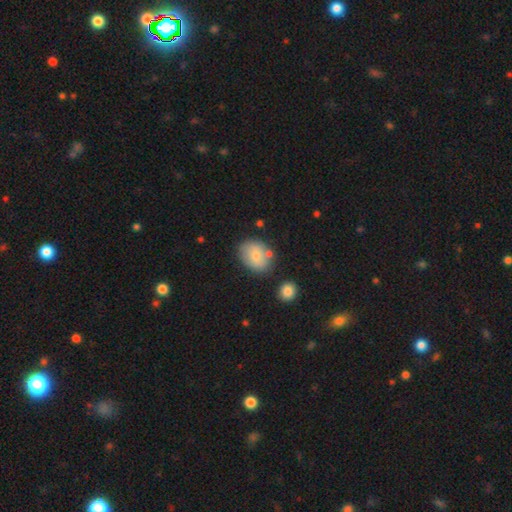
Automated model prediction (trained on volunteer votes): A smooth galaxy with no disk features (76%) that is in between round and cigar-shaped (59%).

Vote fractions:
- Smooth or featured? smooth: 76% / featured or disk: 16% / star or artifact: 8%
- How rounded? in between: 59% / round: 40% / cigar-shaped: 1%
- Merging? none: 71% / minor disturbance: 17% / merger: 9% / major disturbance: 4%